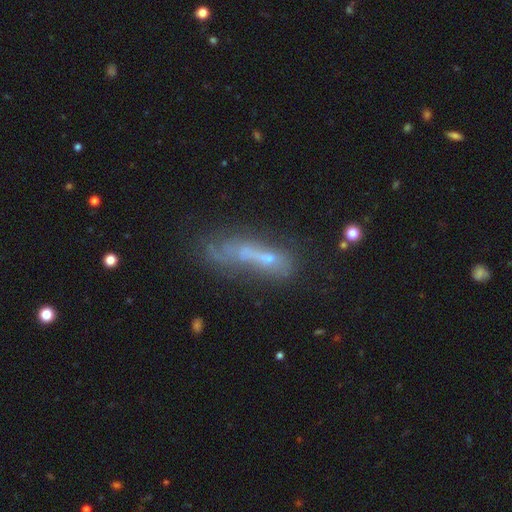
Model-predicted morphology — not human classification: Smooth or featured? featured or disk (43%)
Merging? none (29%)